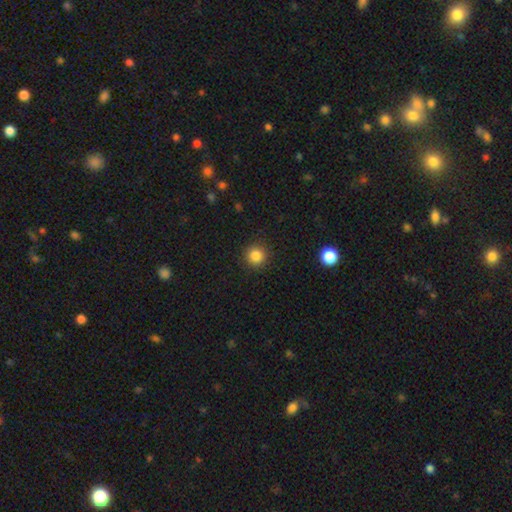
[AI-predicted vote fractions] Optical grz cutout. It shows a smooth galaxy with no disk features (85%) that is round (95%). Merging: none (91%).